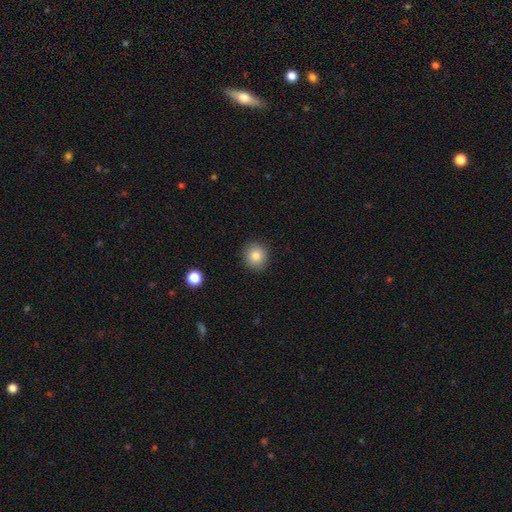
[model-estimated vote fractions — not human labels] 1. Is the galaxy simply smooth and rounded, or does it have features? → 84% smooth, 10% star or artifact, 6% featured or disk.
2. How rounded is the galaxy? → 86% round, 13% in between, 1% cigar-shaped.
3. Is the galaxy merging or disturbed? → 90% none, 6% minor disturbance, 2% major disturbance, 1% merger.